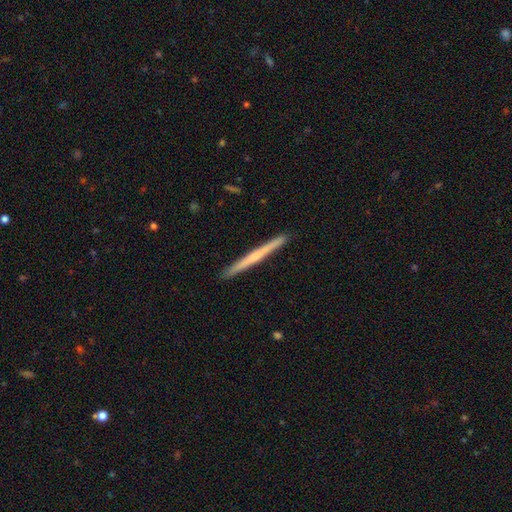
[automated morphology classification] A featured or disk galaxy (53%) viewed edge-on (98%) with no central bulge (71%).

Vote fractions:
- Smooth or featured? featured or disk: 53% / smooth: 42% / star or artifact: 5%
- Edge-on disk? yes: 98% / no: 2%
- Edge-on bulge? none: 71% / rounded: 23% / boxy: 6%
- Merging? none: 93% / minor disturbance: 5% / major disturbance: 1% / merger: 1%